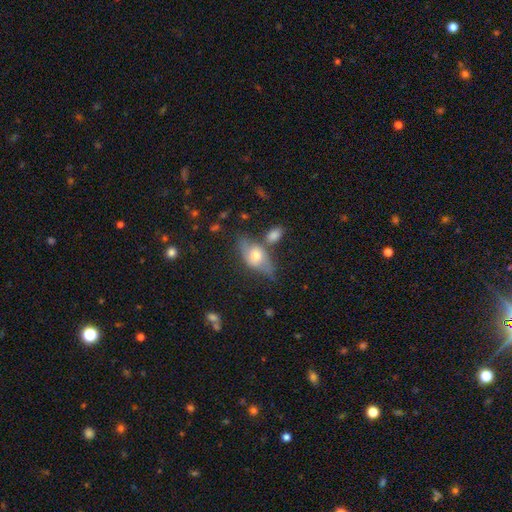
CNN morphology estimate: Smooth or featured? smooth (53%)
How rounded? in between (82%)
Merging? none (51%)